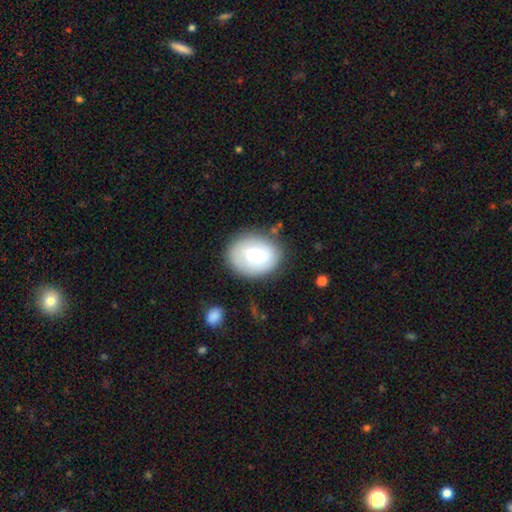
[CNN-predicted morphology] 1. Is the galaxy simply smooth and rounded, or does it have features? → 64% smooth, 29% featured or disk, 7% star or artifact.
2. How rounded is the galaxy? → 51% in between, 48% round, 1% cigar-shaped.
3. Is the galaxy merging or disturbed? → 78% none, 14% minor disturbance, 5% major disturbance, 3% merger.